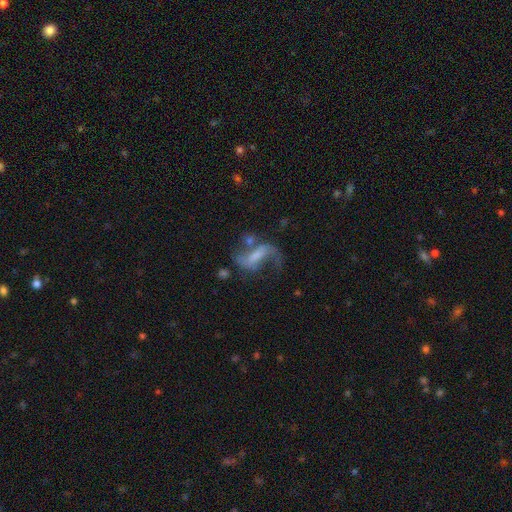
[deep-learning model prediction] The model was most divided on "bar": weak: 41%, strong: 37%, no: 22%. Remaining: edge-on disk — no (96%); spiral arms — yes (89%); spiral arm count — 2 (83%); smooth or featured — featured or disk (77%); spiral winding — loose (74%); merging — none (43%); bulge size — none (36%).